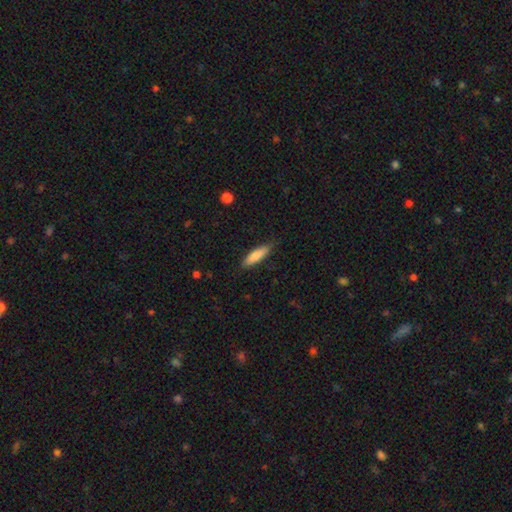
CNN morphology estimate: Smooth or featured? smooth (79%)
How rounded? cigar-shaped (67%)
Merging? none (83%)